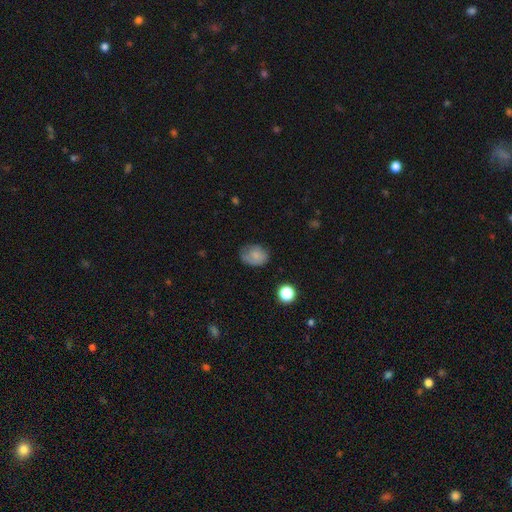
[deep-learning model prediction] This appears to be a smooth galaxy with no disk features (77%) that is in between round and cigar-shaped (63%). Merging: none (60%).